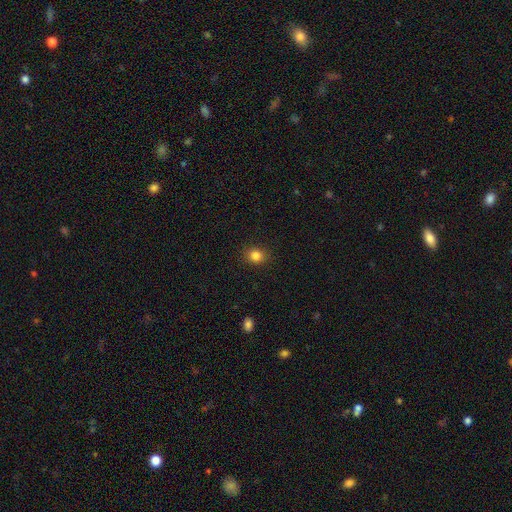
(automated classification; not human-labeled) A smooth galaxy with no disk features (84%) that is round (74%).

Vote fractions:
- Smooth or featured? smooth: 84% / star or artifact: 12% / featured or disk: 5%
- How rounded? round: 74% / in between: 25% / cigar-shaped: 1%
- Merging? none: 89% / minor disturbance: 7% / major disturbance: 2% / merger: 1%